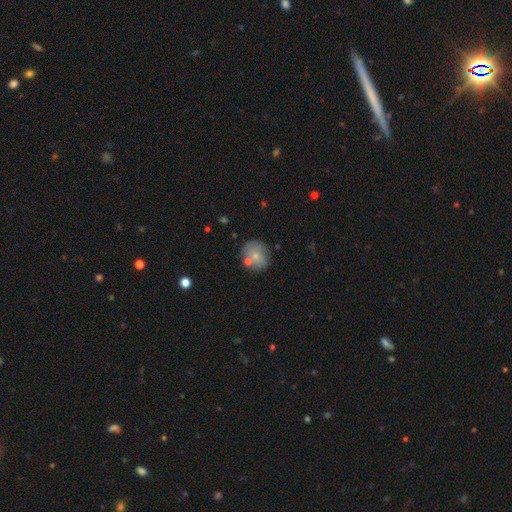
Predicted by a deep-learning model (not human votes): smooth-or-featured: smooth: 66% | featured or disk: 25% | star or artifact: 9%
  how-rounded: round: 80% | in between: 19% | cigar-shaped: 1%
  merging: none: 66% | minor disturbance: 17% | merger: 12% | major disturbance: 5%